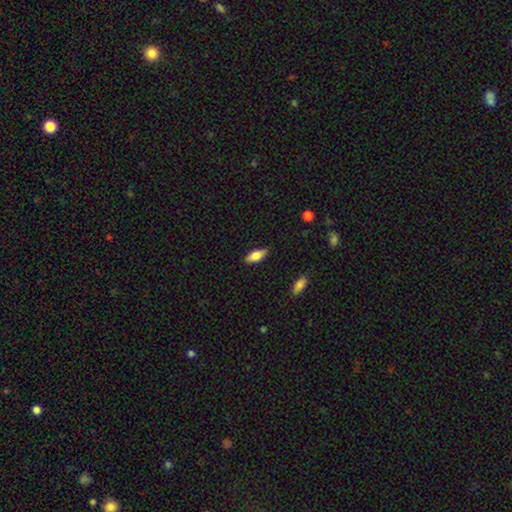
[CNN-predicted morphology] smooth 74%, featured or disk 19%, star or artifact 7%. Down the decision tree: how rounded — in between (80%); merging — none (86%).